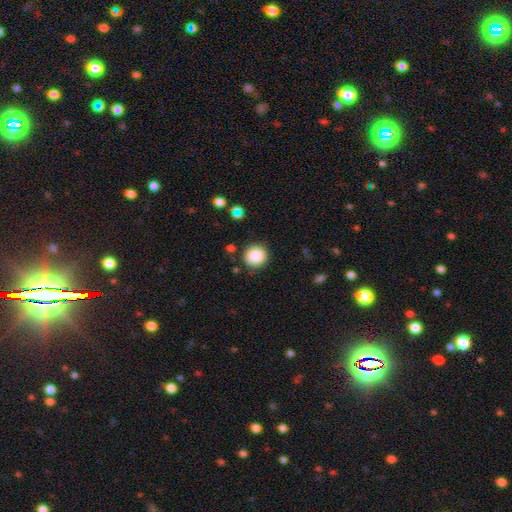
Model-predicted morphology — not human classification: A smooth galaxy with no disk features (87%) that is round (91%). Merging: none (87%).